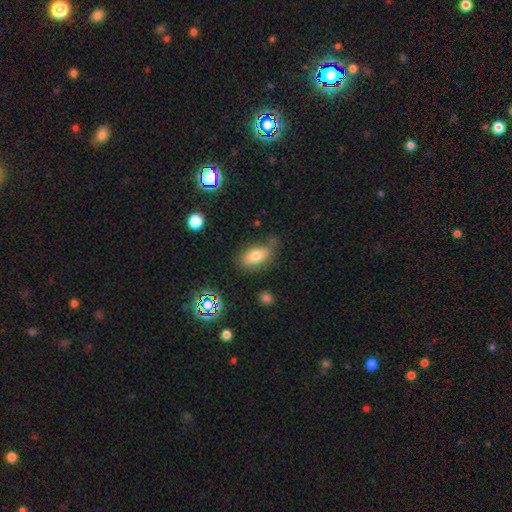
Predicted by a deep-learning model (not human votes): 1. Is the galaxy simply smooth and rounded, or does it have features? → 71% smooth, 18% featured or disk, 11% star or artifact.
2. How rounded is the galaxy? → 88% in between, 7% round, 5% cigar-shaped.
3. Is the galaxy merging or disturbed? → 58% none, 28% minor disturbance, 10% major disturbance, 4% merger.